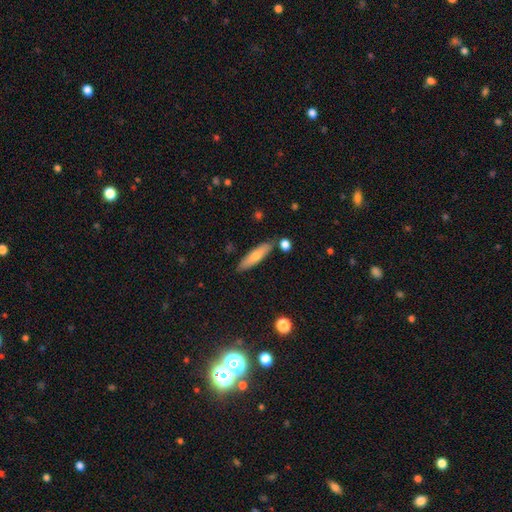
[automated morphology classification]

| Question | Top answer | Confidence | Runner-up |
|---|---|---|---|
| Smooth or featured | smooth | 67% | featured or disk (27%) |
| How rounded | cigar-shaped | 75% | in between (23%) |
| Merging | none | 82% | minor disturbance (11%) |